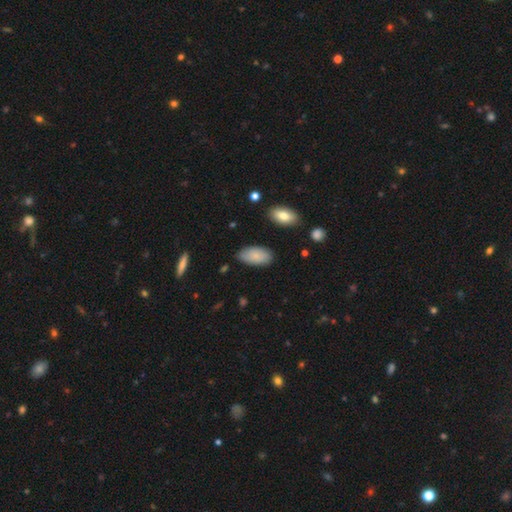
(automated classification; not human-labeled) Smooth or featured? smooth (85%)
How rounded? in between (94%)
Merging? none (79%)